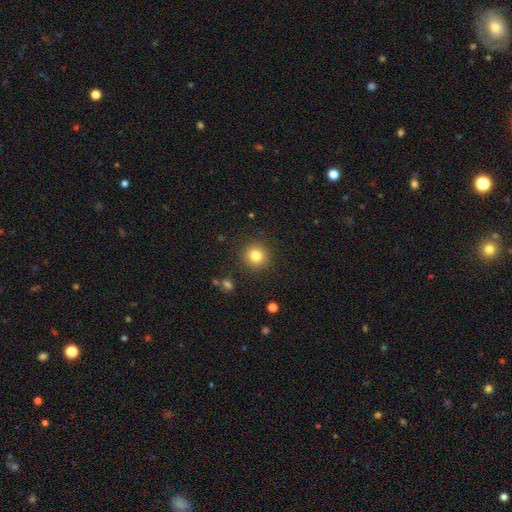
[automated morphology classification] Smooth or featured?
  - smooth: 82% *
  - star or artifact: 12%
  - featured or disk: 7%
How rounded?
  - round: 94% *
  - in between: 5%
  - cigar-shaped: 1%
Merging?
  - none: 90% *
  - minor disturbance: 7%
  - major disturbance: 2%
  - merger: 1%